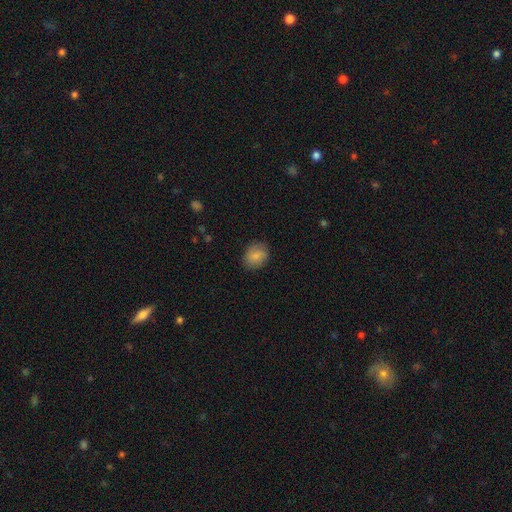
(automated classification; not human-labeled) smooth 80%, featured or disk 13%, star or artifact 7%. Down the decision tree: how rounded — in between (50%); merging — none (81%).